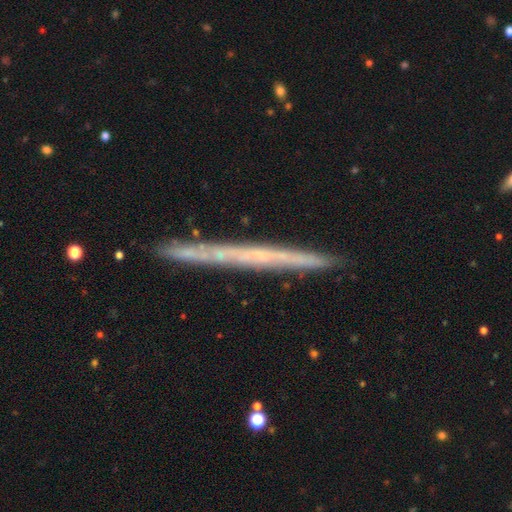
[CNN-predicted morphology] A featured or disk galaxy (65%) viewed edge-on (96%) with no central bulge (88%). Merging: none (88%).